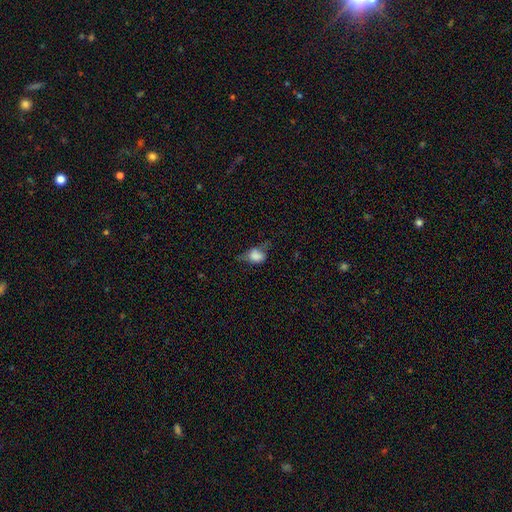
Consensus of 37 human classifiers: Overall: smooth (73%). How rounded: in between (67%; round 33%). Merging: major disturbance (44%; minor disturbance 32%).